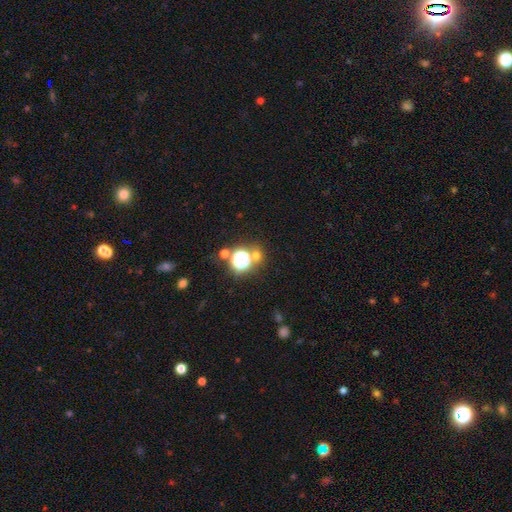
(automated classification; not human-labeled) Morphology: type=smooth (51%); roundness=round (81%); merging=none (67%).